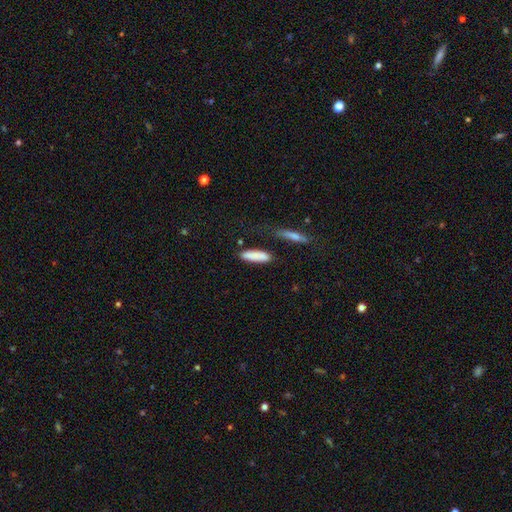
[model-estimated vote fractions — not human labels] A smooth galaxy with no disk features (85%) that is cigar-shaped (60%). Merging: none (73%).